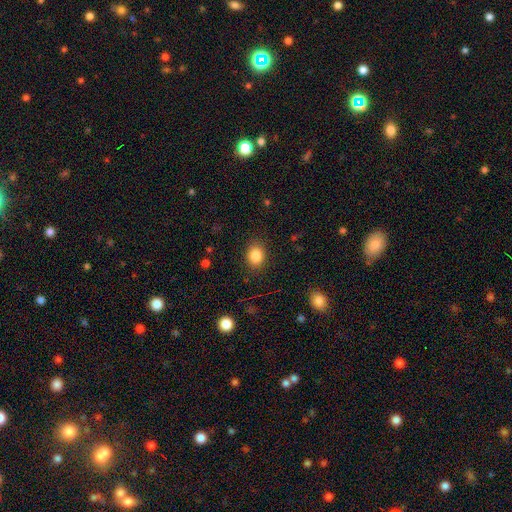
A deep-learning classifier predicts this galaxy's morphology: type=smooth (85%); roundness=in between (50%); merging=none (87%).